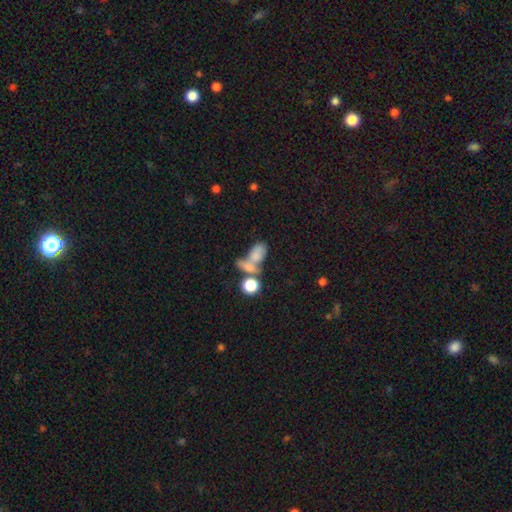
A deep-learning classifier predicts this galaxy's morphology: This appears to be a smooth galaxy with no disk features (72%) that is in between round and cigar-shaped (81%). Merging: merger (54%).